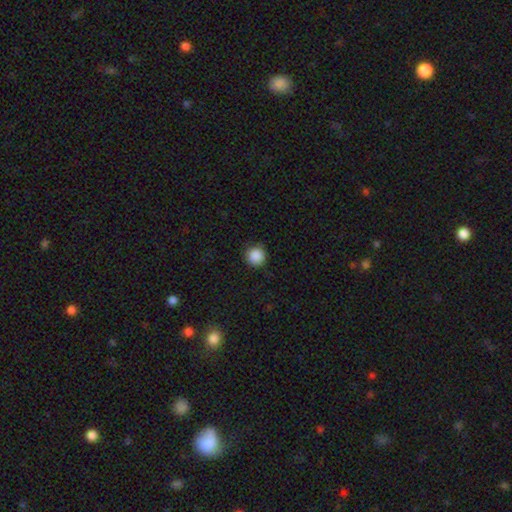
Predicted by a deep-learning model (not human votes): A smooth galaxy with no disk features (88%) that is round (95%). Merging: none (88%).